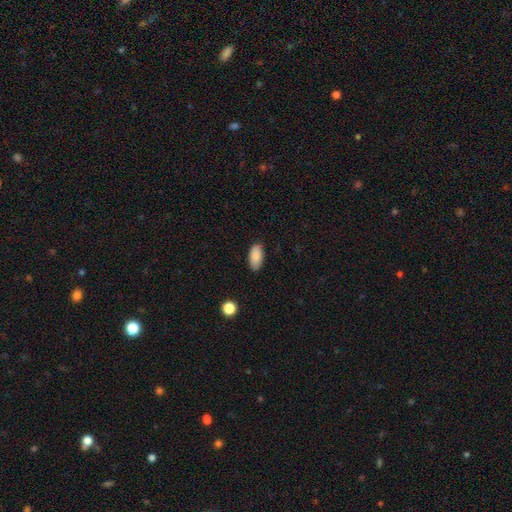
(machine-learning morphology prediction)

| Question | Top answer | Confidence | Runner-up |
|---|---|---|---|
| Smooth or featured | smooth | 88% | star or artifact (7%) |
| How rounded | in between | 93% | cigar-shaped (4%) |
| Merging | none | 84% | minor disturbance (13%) |